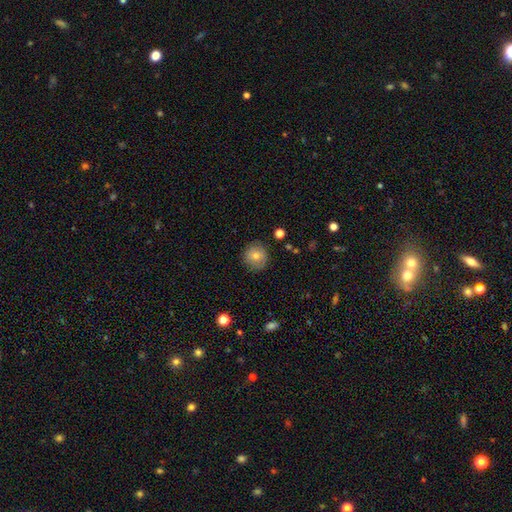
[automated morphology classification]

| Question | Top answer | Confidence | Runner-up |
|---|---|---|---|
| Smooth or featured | smooth | 73% | featured or disk (17%) |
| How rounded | round | 91% | in between (8%) |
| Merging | none | 85% | minor disturbance (11%) |